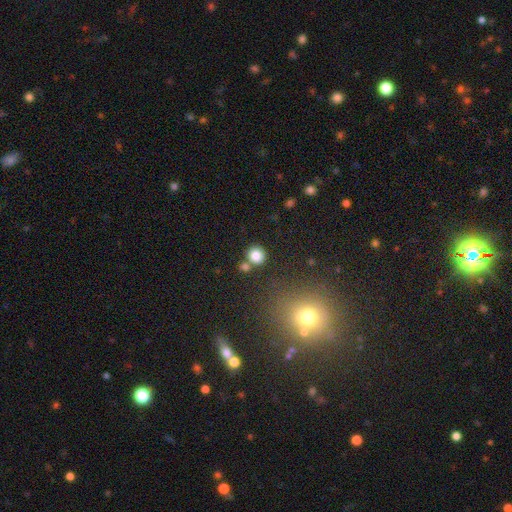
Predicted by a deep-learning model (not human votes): Smooth or featured? Predicted: smooth (p=0.82). How rounded? Predicted: round (p=0.90). Merging? Predicted: none (p=0.70).